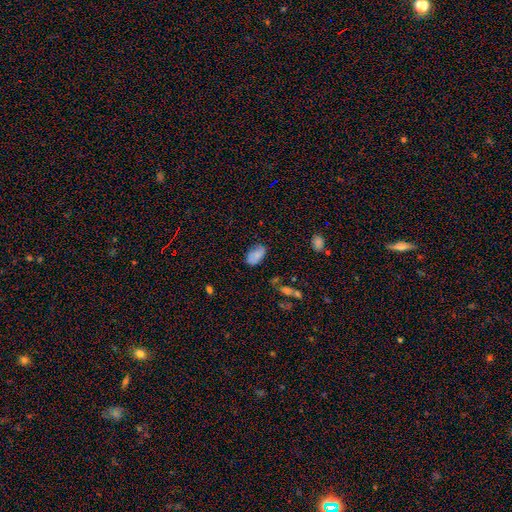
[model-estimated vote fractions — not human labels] Q: Smooth or featured?
A: smooth (77%); runner-up: featured or disk (14%)
Q: How rounded?
A: in between (92%); runner-up: round (7%)
Q: Merging?
A: none (70%); runner-up: minor disturbance (23%)